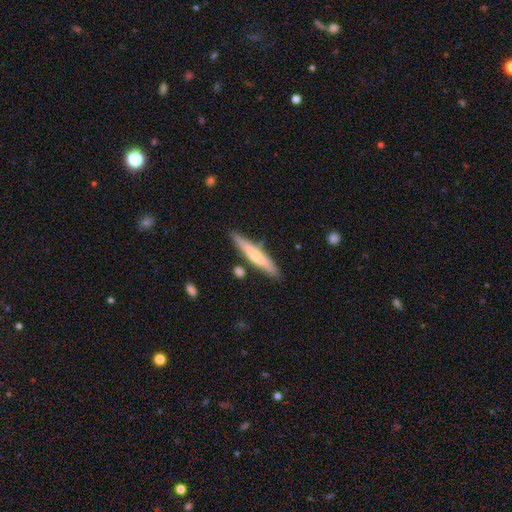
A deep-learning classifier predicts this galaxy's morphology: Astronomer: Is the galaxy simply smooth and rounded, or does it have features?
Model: smooth — 57% (runner-up: featured or disk, 37%).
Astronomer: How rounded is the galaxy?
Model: cigar-shaped — 90%.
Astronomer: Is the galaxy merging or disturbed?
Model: none — 80%.